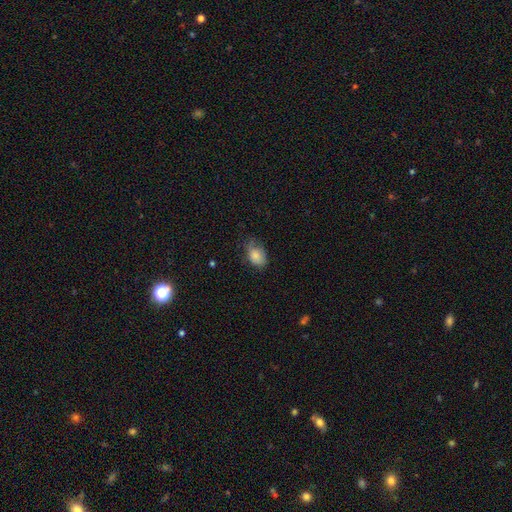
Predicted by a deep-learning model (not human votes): smooth 82%, featured or disk 10%, star or artifact 8%. Down the decision tree: how rounded — in between (83%); merging — none (55%).